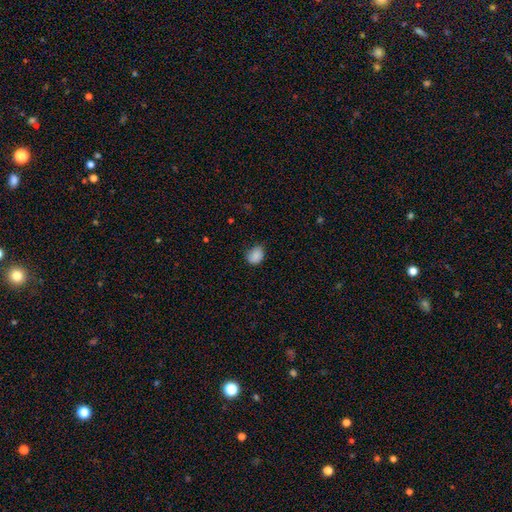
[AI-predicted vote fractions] This appears to be a smooth galaxy with no disk features (87%) that is in between round and cigar-shaped (59%). Merging: none (66%).